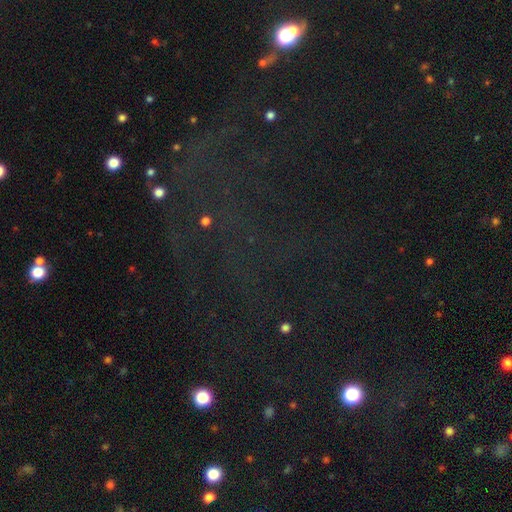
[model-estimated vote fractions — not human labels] Morphology: type=star or artifact (73%).